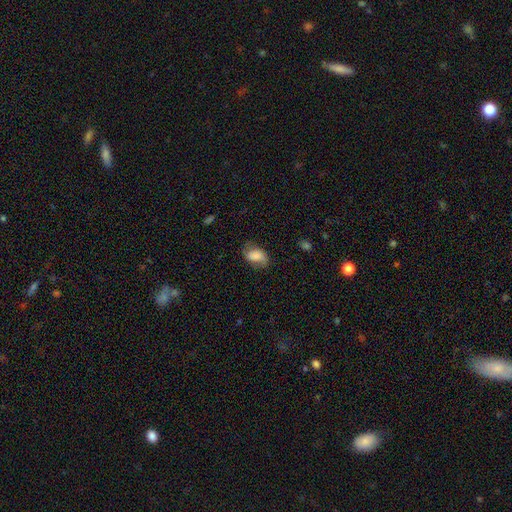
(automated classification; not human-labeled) A smooth galaxy with no disk features (71%) that is in between round and cigar-shaped (86%).

Vote fractions:
- Smooth or featured? smooth: 71% / featured or disk: 21% / star or artifact: 8%
- How rounded? in between: 86% / round: 12% / cigar-shaped: 2%
- Merging? none: 61% / minor disturbance: 27% / major disturbance: 11% / merger: 1%